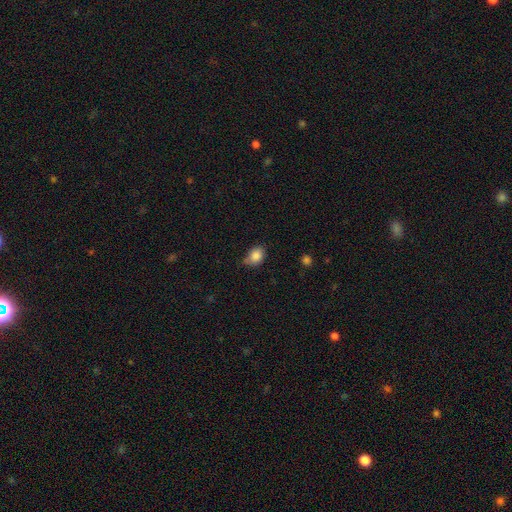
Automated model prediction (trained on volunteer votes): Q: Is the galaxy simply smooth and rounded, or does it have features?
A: smooth — 85%.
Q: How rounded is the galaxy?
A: in between — 60%.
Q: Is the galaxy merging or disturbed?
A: none — 62%.